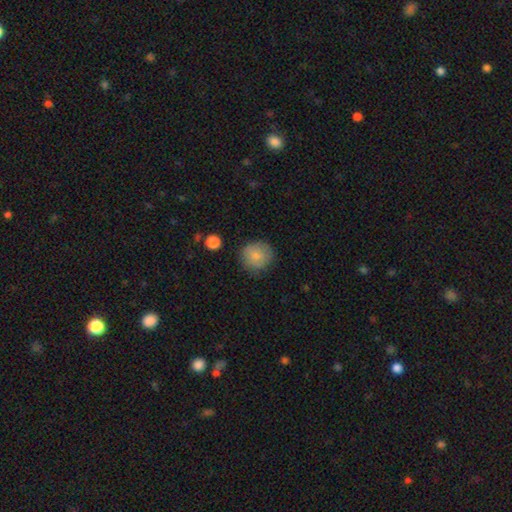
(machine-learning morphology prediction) Q: Smooth or featured?
A: smooth (84%); runner-up: star or artifact (8%)
Q: How rounded?
A: round (88%); runner-up: in between (11%)
Q: Merging?
A: none (79%); runner-up: minor disturbance (15%)